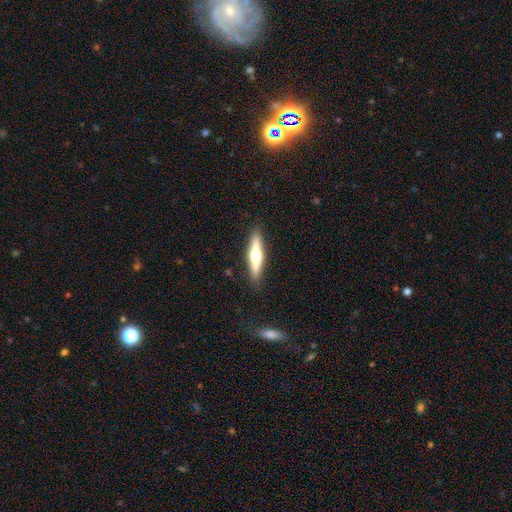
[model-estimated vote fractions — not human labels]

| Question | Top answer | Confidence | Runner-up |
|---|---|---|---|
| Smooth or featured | featured or disk | 53% | smooth (41%) |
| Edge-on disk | yes | 95% | no (5%) |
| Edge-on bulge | rounded | 91% | none (5%) |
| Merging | none | 89% | minor disturbance (8%) |